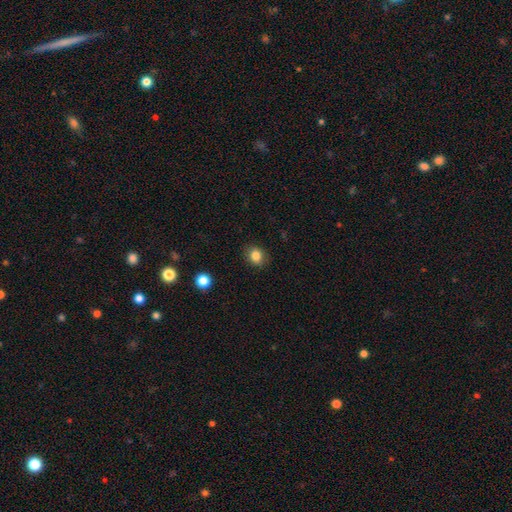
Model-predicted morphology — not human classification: smooth 83%, star or artifact 11%, featured or disk 6%. Down the decision tree: how rounded — round (60%); merging — none (87%).